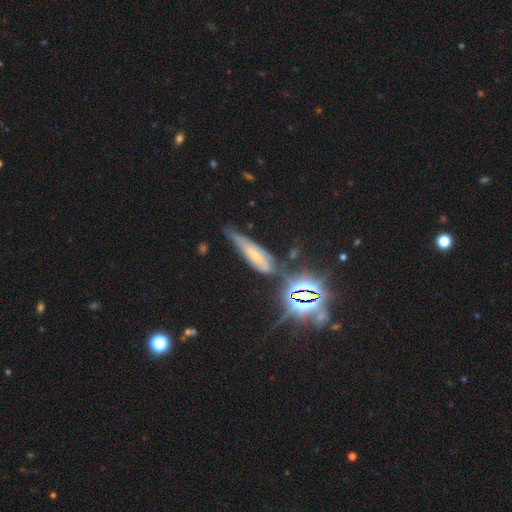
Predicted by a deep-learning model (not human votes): Smooth or featured? Predicted: smooth (p=0.38). Merging? Predicted: none (p=0.45).